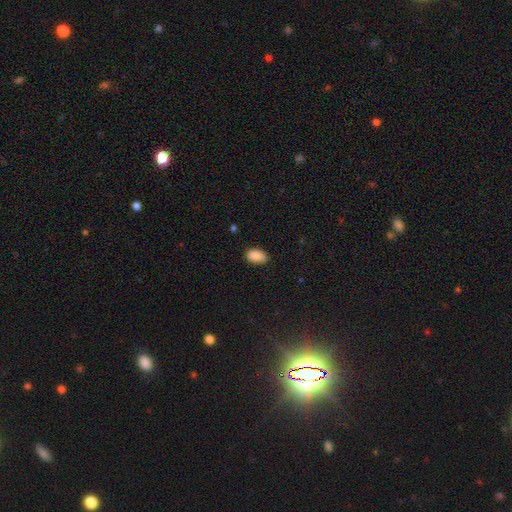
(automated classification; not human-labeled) This appears to be a smooth galaxy with no disk features (89%) that is in between round and cigar-shaped (92%). Merging: none (82%).